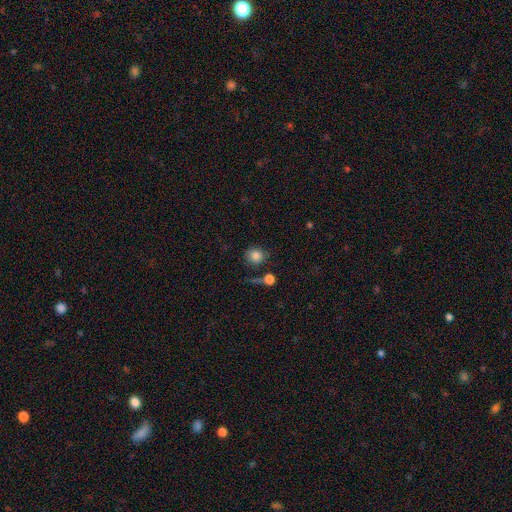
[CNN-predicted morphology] Q: Smooth or featured?
A: smooth (82%); runner-up: star or artifact (10%)
Q: How rounded?
A: round (84%); runner-up: in between (15%)
Q: Merging?
A: none (70%); runner-up: minor disturbance (13%)